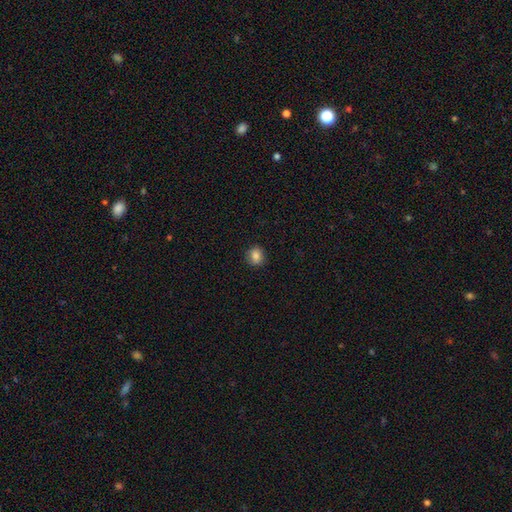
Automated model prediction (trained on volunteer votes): Smooth or featured? Predicted: smooth (p=0.84). How rounded? Predicted: round (p=0.76). Merging? Predicted: none (p=0.88).